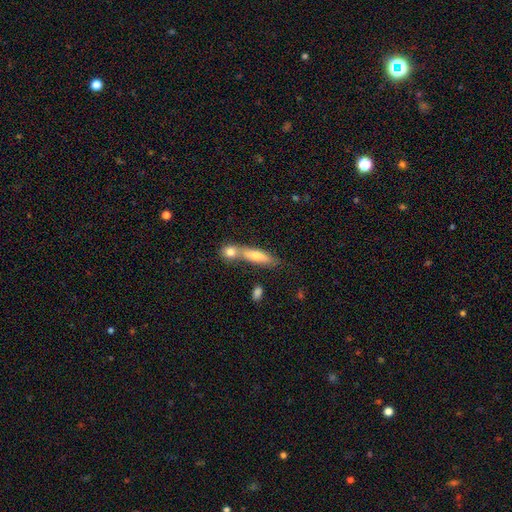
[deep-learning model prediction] Overall: smooth (65%; featured or disk 27%). How rounded: cigar-shaped (67%; in between 28%). Merging: none (46%; merger 39%).